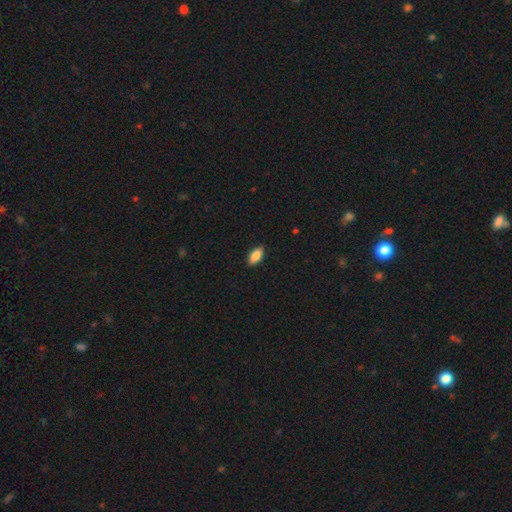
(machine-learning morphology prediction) This is clearly a smooth galaxy (84%). How rounded: clearly in between (89%). Merging: clearly none (87%).